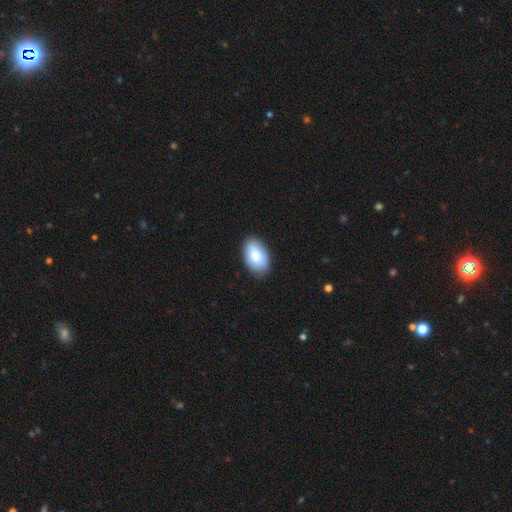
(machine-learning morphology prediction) Overall: smooth (85%). How rounded: in between (93%). Merging: none (87%).